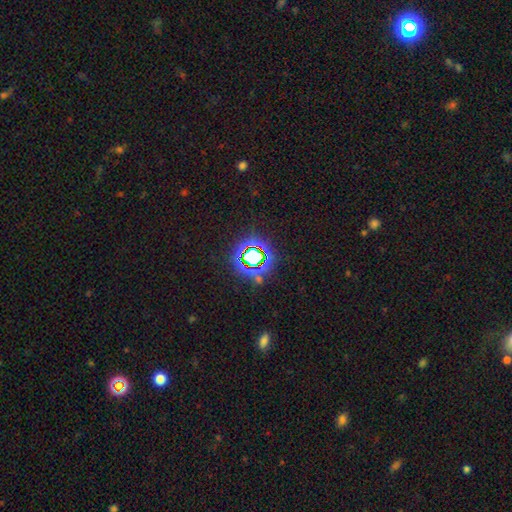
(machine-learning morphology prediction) smooth-or-featured: star or artifact: 70% | smooth: 19% | featured or disk: 11%